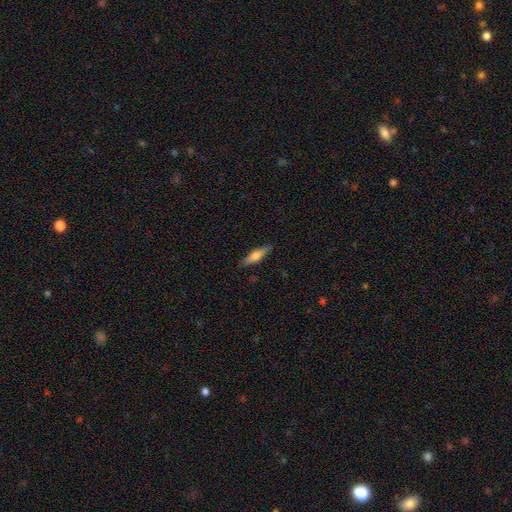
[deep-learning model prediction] smooth-or-featured: smooth: 60% | featured or disk: 34% | star or artifact: 6%
  how-rounded: cigar-shaped: 71% | in between: 27% | round: 2%
  merging: none: 87% | minor disturbance: 10% | major disturbance: 2% | merger: 1%